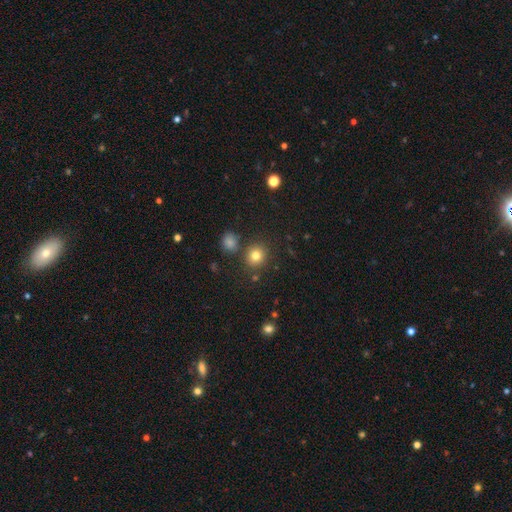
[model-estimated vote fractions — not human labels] A smooth galaxy with no disk features (79%) that is round (82%).

Vote fractions:
- Smooth or featured? smooth: 79% / star or artifact: 14% / featured or disk: 7%
- How rounded? round: 82% / in between: 17% / cigar-shaped: 1%
- Merging? none: 81% / minor disturbance: 9% / merger: 8% / major disturbance: 3%